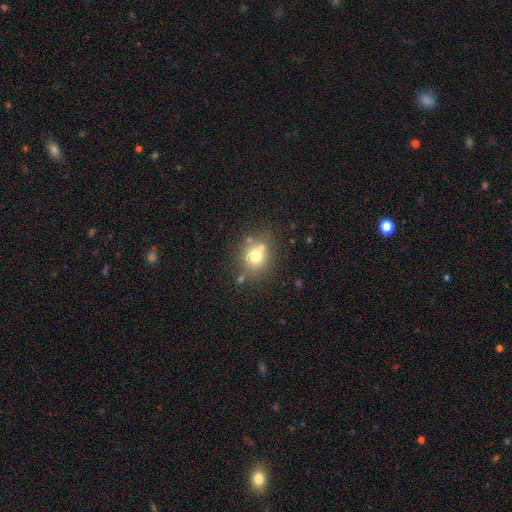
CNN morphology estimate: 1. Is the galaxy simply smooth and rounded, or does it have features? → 70% smooth, 16% featured or disk, 14% star or artifact.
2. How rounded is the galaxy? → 78% round, 21% in between, 1% cigar-shaped.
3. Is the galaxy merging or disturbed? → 63% none, 19% merger, 12% minor disturbance, 5% major disturbance.